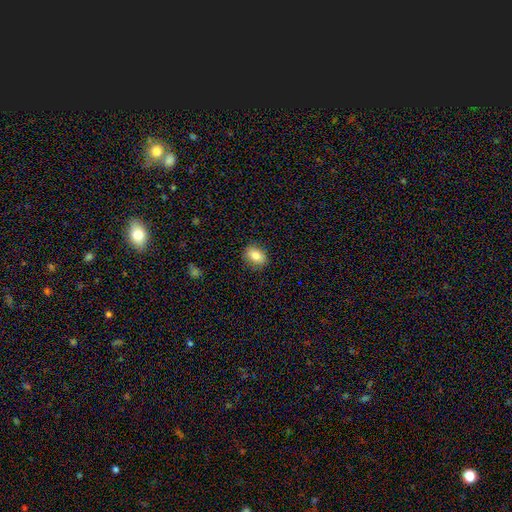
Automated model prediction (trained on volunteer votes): smooth-or-featured: smooth: 83% | featured or disk: 9% | star or artifact: 8%
  how-rounded: in between: 66% | round: 32% | cigar-shaped: 1%
  merging: none: 86% | minor disturbance: 10% | major disturbance: 3% | merger: 1%